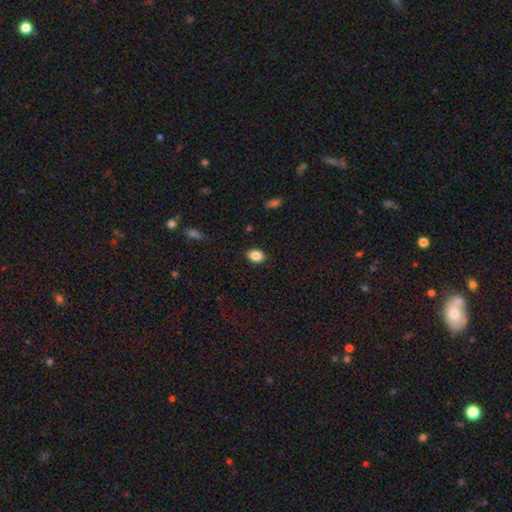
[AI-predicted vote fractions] Smooth or featured? Predicted: smooth (p=0.87). How rounded? Predicted: in between (p=0.80). Merging? Predicted: none (p=0.88).